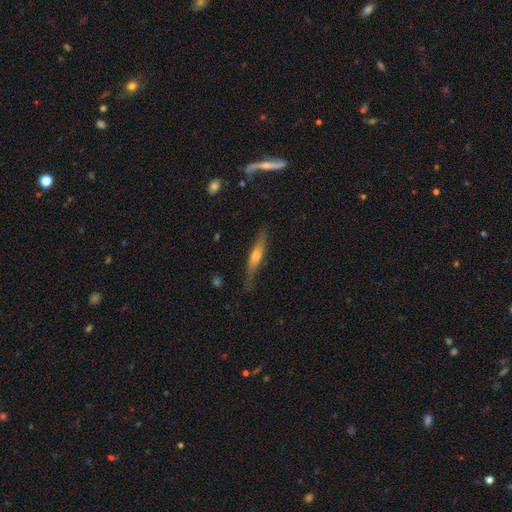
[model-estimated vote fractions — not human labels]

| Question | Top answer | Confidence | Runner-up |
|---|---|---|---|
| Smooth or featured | featured or disk | 59% | smooth (34%) |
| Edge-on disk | yes | 89% | no (11%) |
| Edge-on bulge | rounded | 77% | none (12%) |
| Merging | none | 76% | minor disturbance (17%) |